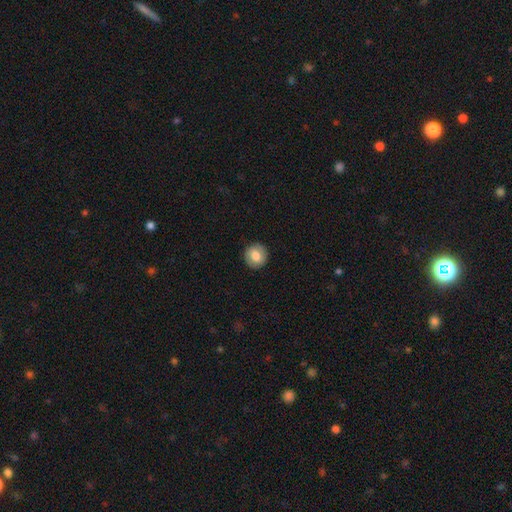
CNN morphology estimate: type=smooth (72%); roundness=round (90%); merging=none (90%).